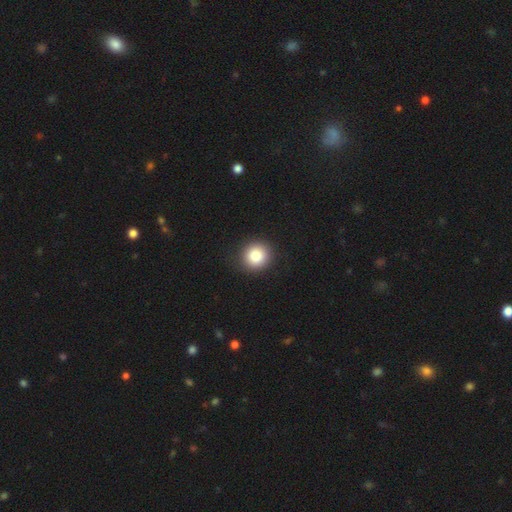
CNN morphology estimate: smooth_or_featured: smooth (p=0.84) [alt: star or artifact p=0.10]
how_rounded: round (p=0.90) [alt: in between p=0.09]
merging: none (p=0.91) [alt: minor disturbance p=0.06]